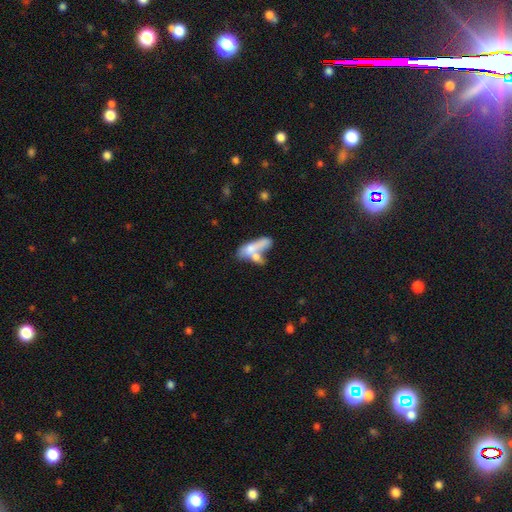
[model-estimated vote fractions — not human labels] This appears to be a smooth galaxy with no disk features (61%) that is in between round and cigar-shaped (53%). Merging: merger (57%).